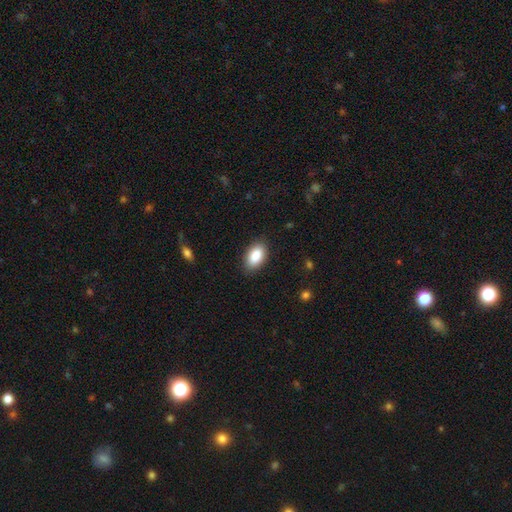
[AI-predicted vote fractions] smooth 88%, star or artifact 7%, featured or disk 6%. Down the decision tree: how rounded — in between (93%); merging — none (87%).